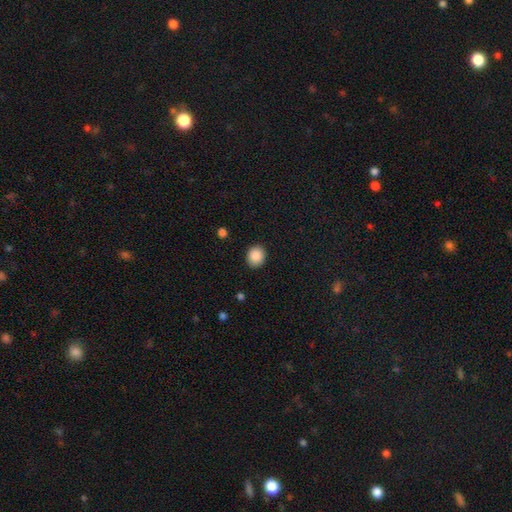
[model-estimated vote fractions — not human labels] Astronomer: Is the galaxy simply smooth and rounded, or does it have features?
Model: smooth — 89%.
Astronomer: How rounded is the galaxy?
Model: round — 69%.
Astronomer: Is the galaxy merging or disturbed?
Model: none — 88%.